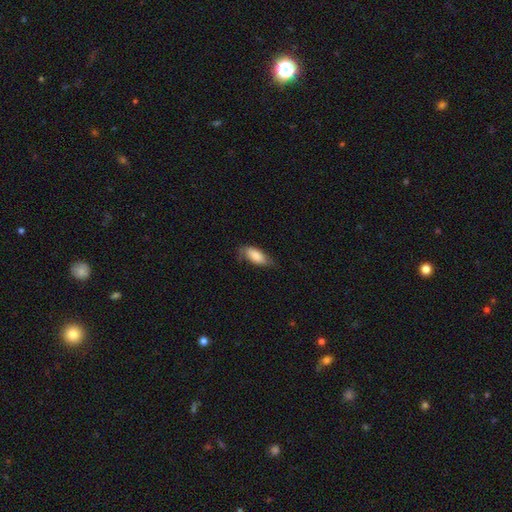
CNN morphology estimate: Overall: smooth (80%). How rounded: in between (81%). Merging: none (61%; minor disturbance 30%).